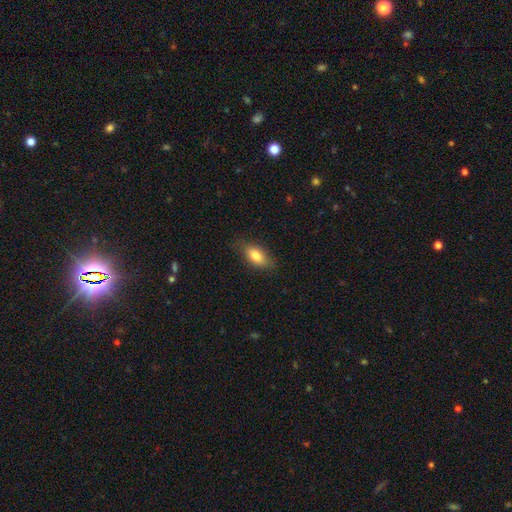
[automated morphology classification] A smooth galaxy with no disk features (79%) that is in between round and cigar-shaped (86%). Merging: none (78%).